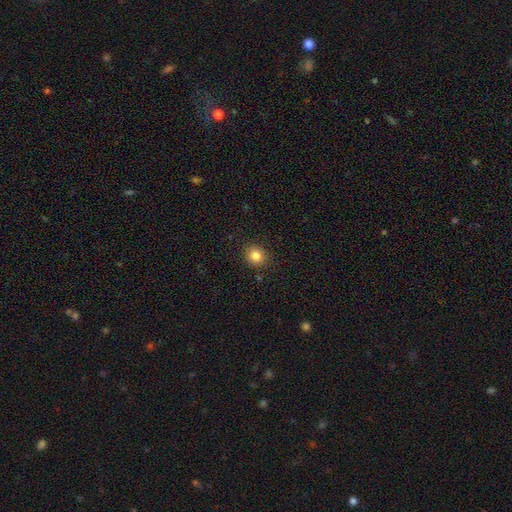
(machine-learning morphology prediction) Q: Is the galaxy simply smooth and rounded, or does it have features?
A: smooth — 83%.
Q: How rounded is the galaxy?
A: round — 80%.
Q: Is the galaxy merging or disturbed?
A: none — 89%.